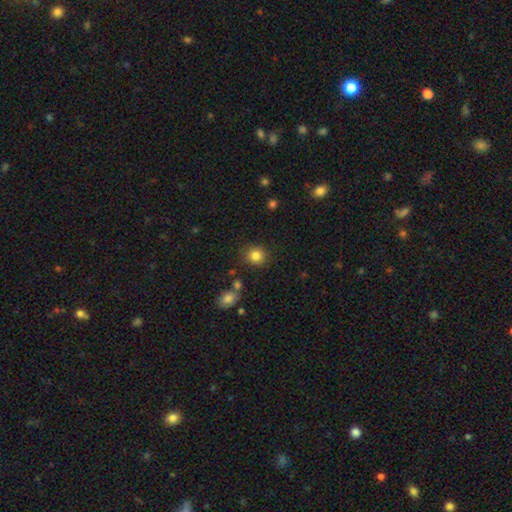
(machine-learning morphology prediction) This appears to be a smooth galaxy with no disk features (84%) that is round (82%). Merging: none (84%).